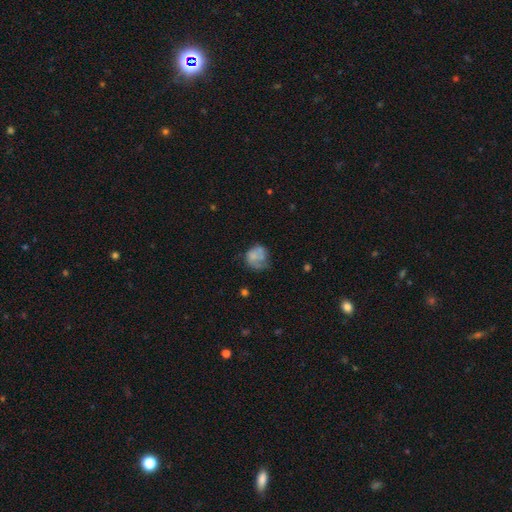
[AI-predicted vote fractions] This appears to be a smooth galaxy with no disk features (59%) that is round (64%). Merging: none (35%).